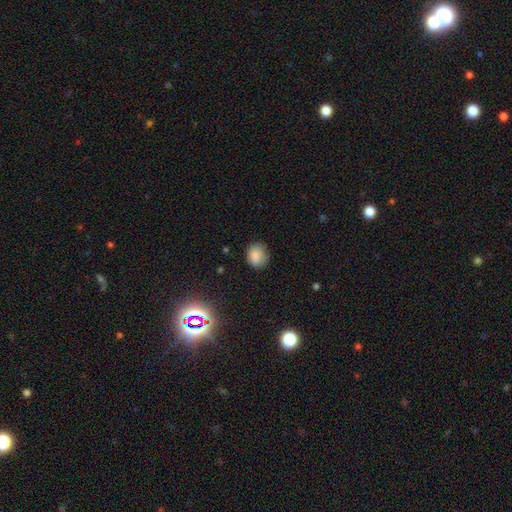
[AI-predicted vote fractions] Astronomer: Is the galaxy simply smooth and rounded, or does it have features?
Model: smooth — 83%.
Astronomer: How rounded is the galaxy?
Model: round — 60% (runner-up: in between, 39%).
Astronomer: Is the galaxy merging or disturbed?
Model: none — 72%.